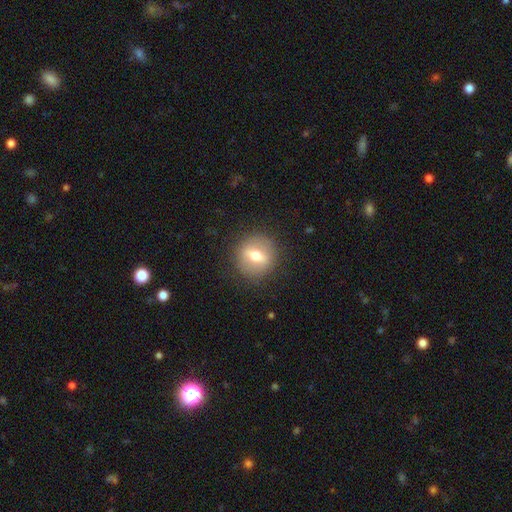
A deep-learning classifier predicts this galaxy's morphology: smooth 48%, featured or disk 43%, star or artifact 9%. Down the decision tree: merging — none (88%).